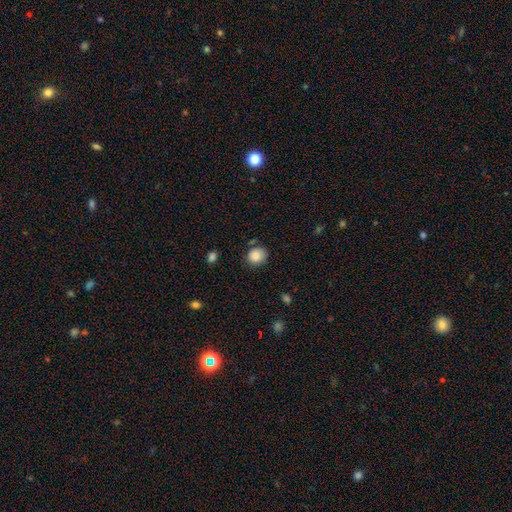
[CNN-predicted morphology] smooth-or-featured: smooth: 86% | star or artifact: 9% | featured or disk: 5%
  how-rounded: round: 72% | in between: 27% | cigar-shaped: 1%
  merging: none: 77% | minor disturbance: 15% | merger: 4% | major disturbance: 4%